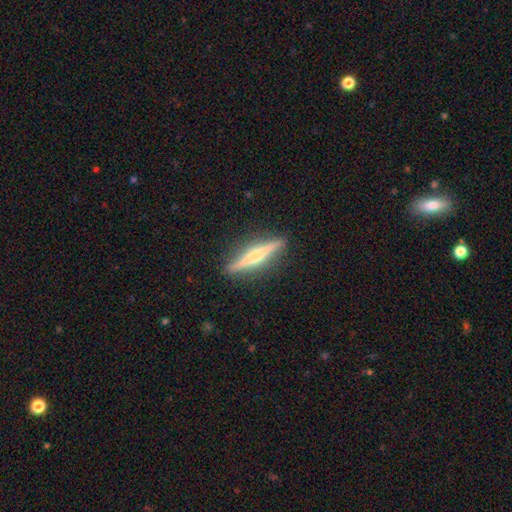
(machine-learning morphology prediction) Smooth or featured? Predicted: featured or disk (p=0.67). Edge-on disk? Predicted: yes (p=0.97). Edge-on bulge? Predicted: rounded (p=0.70). Merging? Predicted: none (p=0.91).